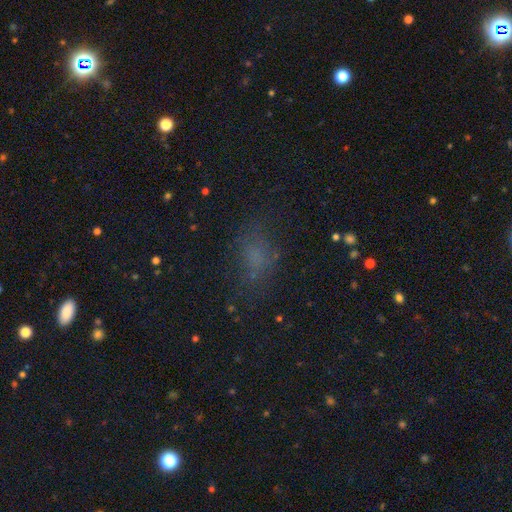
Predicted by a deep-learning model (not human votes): This appears to be a smooth galaxy with no disk features (58%) that is in between round and cigar-shaped (75%). Merging: none (60%).